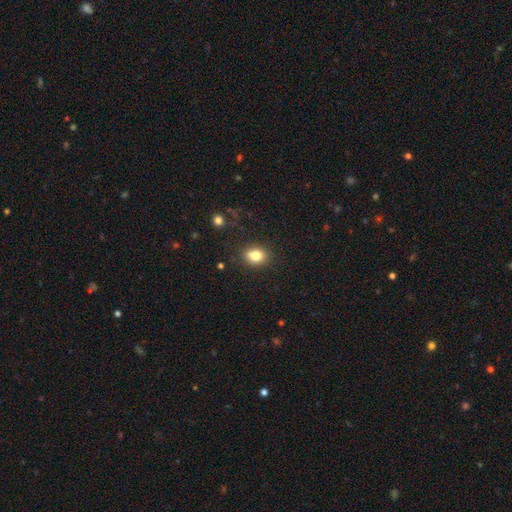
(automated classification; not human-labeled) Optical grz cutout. It shows a smooth galaxy with no disk features (81%) that is round (50%). Merging: none (84%).